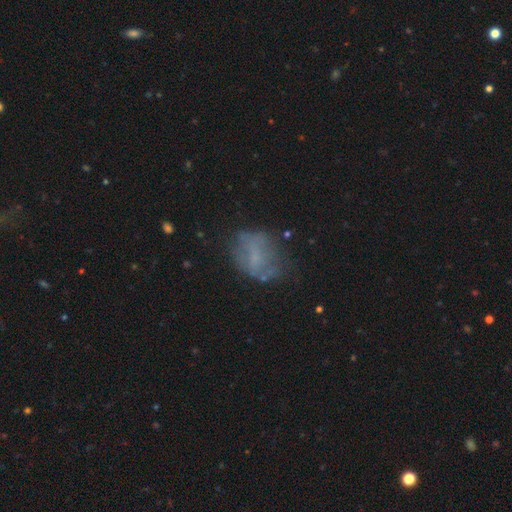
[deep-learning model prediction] Smooth or featured? smooth (45%)
Merging? none (57%)